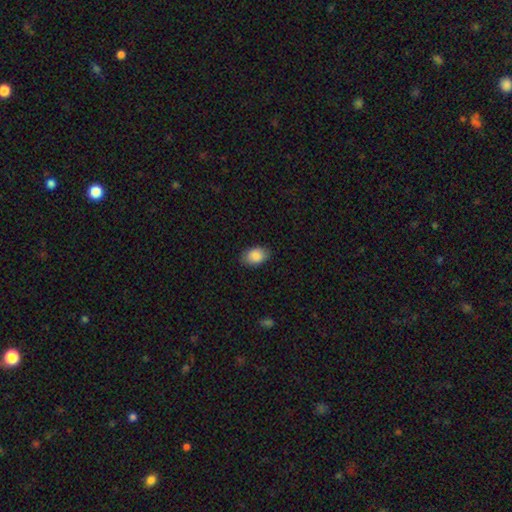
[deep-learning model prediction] Overall: smooth (88%). How rounded: in between (87%). Merging: none (85%).